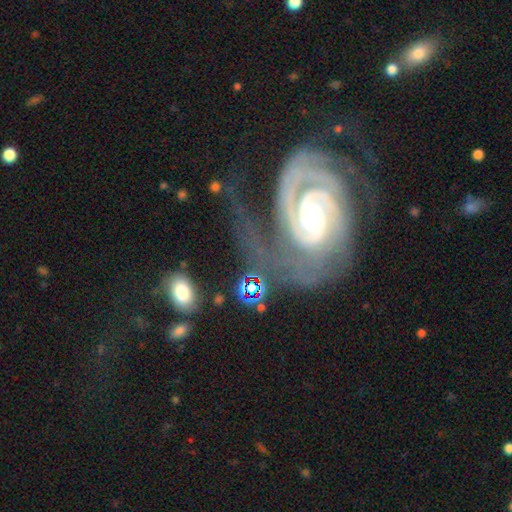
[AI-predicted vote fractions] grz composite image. It shows a featured or disk galaxy (88%) with no bar (58%), 2 (57%) tight (71%) spiral arms (98%) and a small central bulge (62%). Merging: none (43%).